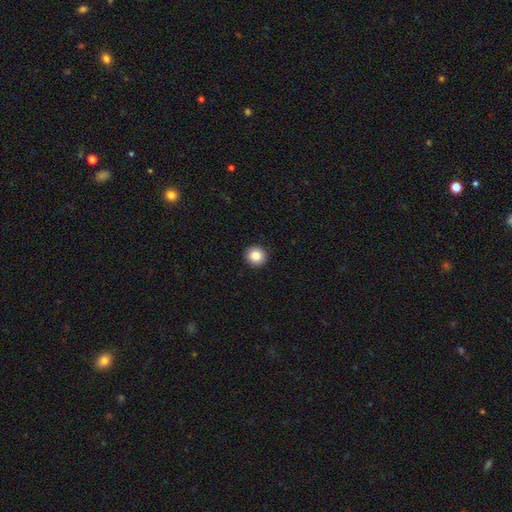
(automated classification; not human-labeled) The model was most divided on "smooth or featured": smooth: 86%, star or artifact: 9%, featured or disk: 5%. More confident: merging — none (93%); how rounded — round (92%).